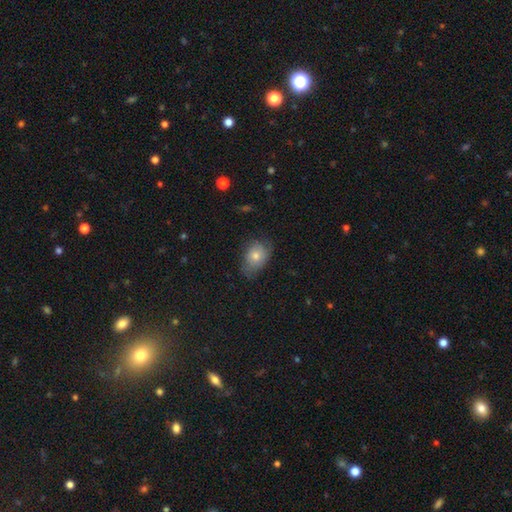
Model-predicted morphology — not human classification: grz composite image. It shows a smooth galaxy with no disk features (68%) that is in between round and cigar-shaped (74%). Merging: none (59%).